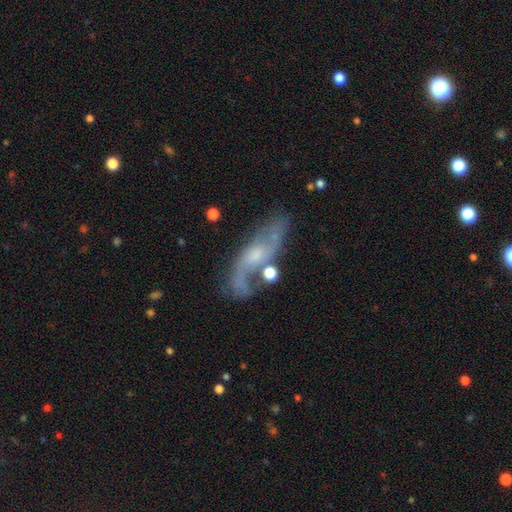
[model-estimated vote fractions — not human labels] This appears to be a featured or disk galaxy (76%) with no bar (53%), 2 (81%) loose (57%) spiral arms (88%) and a small central bulge (50%). Merging: none (61%).